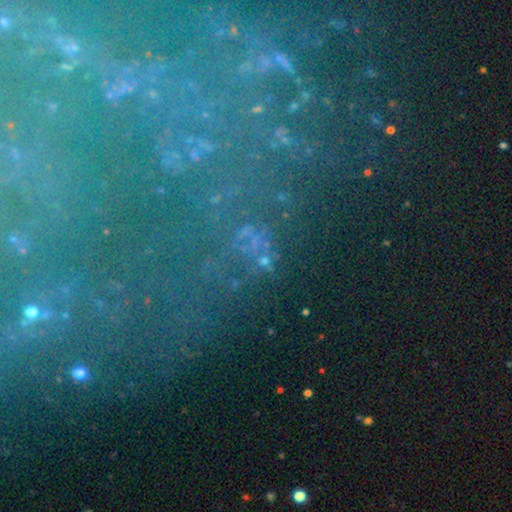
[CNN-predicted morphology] This is likely a star or artifact rather than a galaxy (62%).